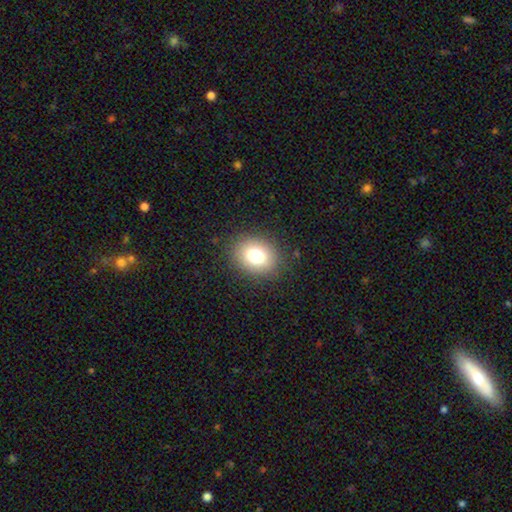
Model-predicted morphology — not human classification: smooth_or_featured: smooth (p=0.78) [alt: star or artifact p=0.12]
how_rounded: round (p=0.51) [alt: in between p=0.48]
merging: none (p=0.86) [alt: minor disturbance p=0.09]